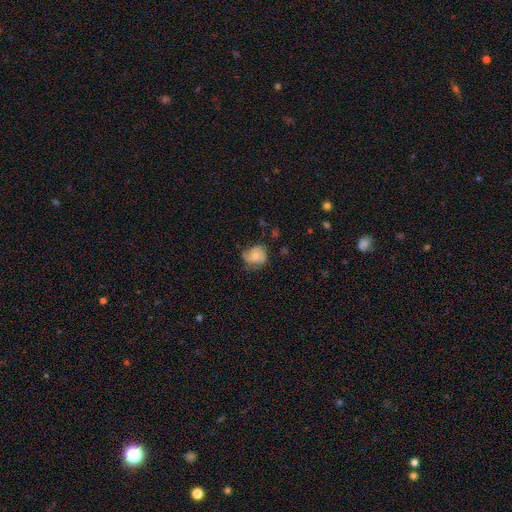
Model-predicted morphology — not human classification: type=featured or disk (47%); merging=none (54%).